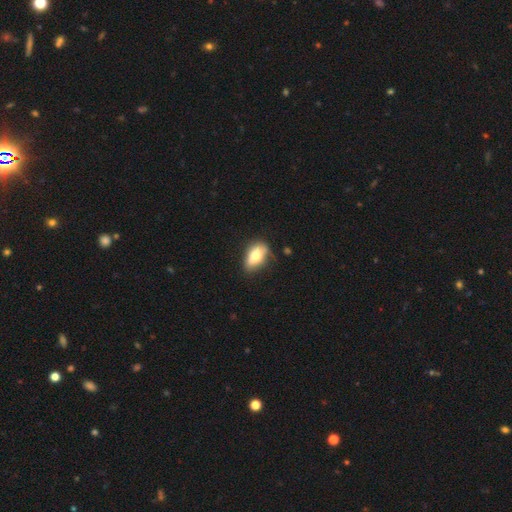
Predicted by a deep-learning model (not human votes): Smooth or featured: smooth — 74% (featured or disk — 19%)
How rounded: in between — 89% (round — 7%)
Merging: none — 58% (minor disturbance — 31%)